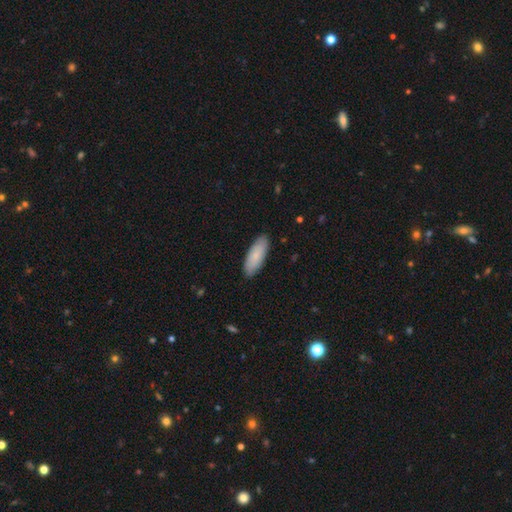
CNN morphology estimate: Q: Smooth or featured?
A: smooth (84%); runner-up: featured or disk (11%)
Q: How rounded?
A: in between (70%); runner-up: cigar-shaped (28%)
Q: Merging?
A: none (89%); runner-up: minor disturbance (9%)